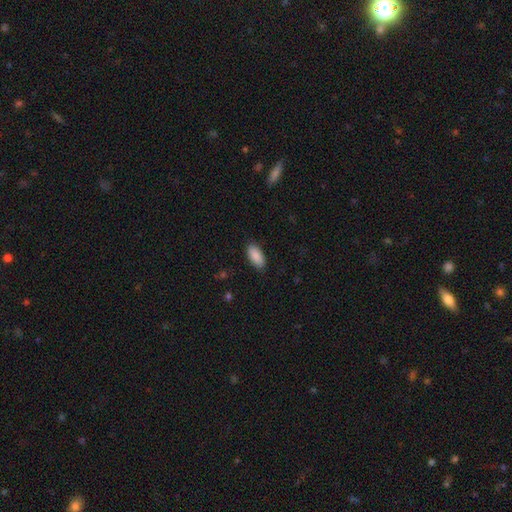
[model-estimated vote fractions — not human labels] Smooth or featured?
  - smooth: 90% *
  - star or artifact: 6%
  - featured or disk: 4%
How rounded?
  - in between: 91% *
  - cigar-shaped: 7%
  - round: 2%
Merging?
  - none: 87% *
  - minor disturbance: 10%
  - major disturbance: 2%
  - merger: 1%